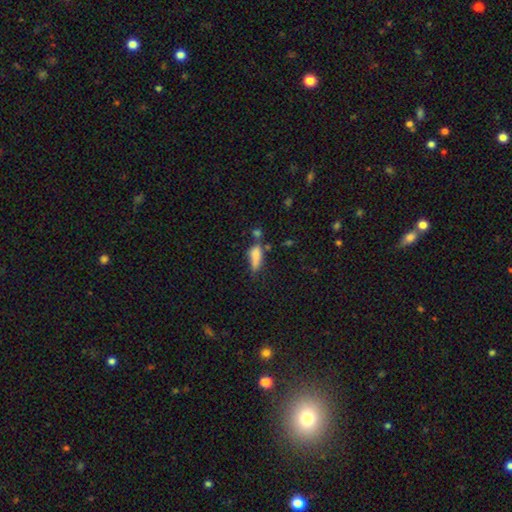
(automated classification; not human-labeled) Smooth or featured: smooth — 75% (featured or disk — 15%)
How rounded: in between — 61% (cigar-shaped — 36%)
Merging: none — 33% (minor disturbance — 28%)